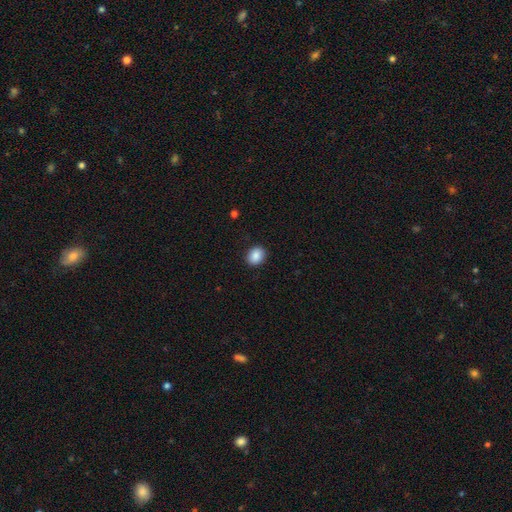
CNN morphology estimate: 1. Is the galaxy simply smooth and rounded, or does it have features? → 87% smooth, 8% star or artifact, 4% featured or disk.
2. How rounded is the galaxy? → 56% round, 43% in between, 1% cigar-shaped.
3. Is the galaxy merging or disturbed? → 90% none, 7% minor disturbance, 2% major disturbance, 1% merger.